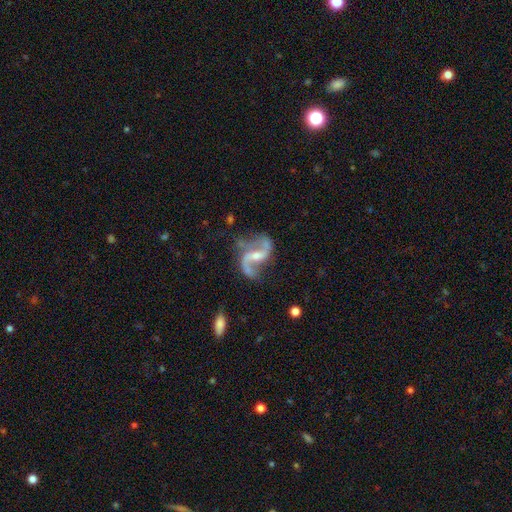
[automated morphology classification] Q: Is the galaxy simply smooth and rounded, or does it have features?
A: featured or disk — 92%.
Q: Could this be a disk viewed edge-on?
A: no — 98%.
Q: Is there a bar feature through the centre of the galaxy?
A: weak — 41%.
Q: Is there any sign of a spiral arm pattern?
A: yes — 97%.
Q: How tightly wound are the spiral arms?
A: loose — 73%.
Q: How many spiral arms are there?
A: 2 — 93%.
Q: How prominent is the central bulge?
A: small — 54%.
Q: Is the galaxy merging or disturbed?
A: none — 66%.